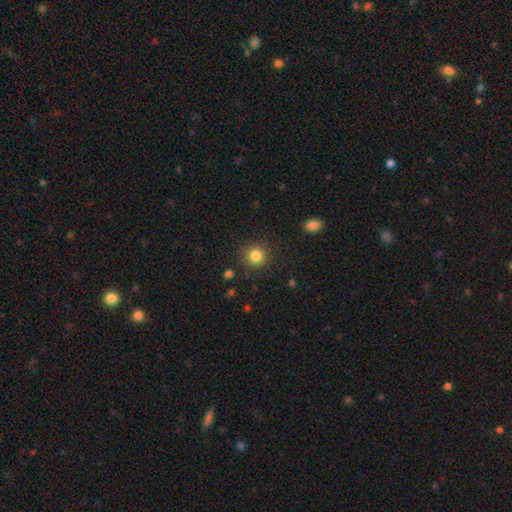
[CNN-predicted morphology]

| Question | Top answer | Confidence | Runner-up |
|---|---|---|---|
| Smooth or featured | smooth | 83% | star or artifact (11%) |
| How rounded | round | 92% | in between (7%) |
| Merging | none | 89% | minor disturbance (7%) |